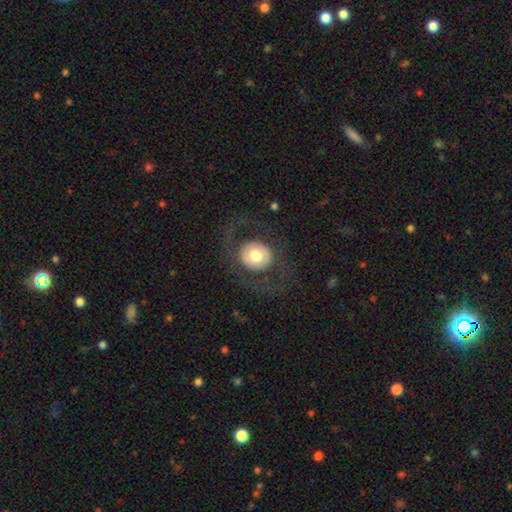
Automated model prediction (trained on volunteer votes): A smooth galaxy with no disk features (53%) that is round (74%).

Vote fractions:
- Smooth or featured? smooth: 53% / featured or disk: 40% / star or artifact: 7%
- How rounded? round: 74% / in between: 25% / cigar-shaped: 1%
- Merging? none: 74% / major disturbance: 15% / minor disturbance: 10% / merger: 1%